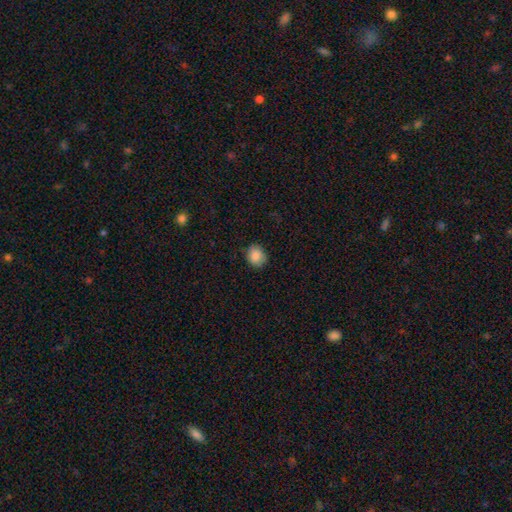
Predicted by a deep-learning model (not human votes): Smooth or featured? smooth (86%)
How rounded? round (70%)
Merging? none (82%)